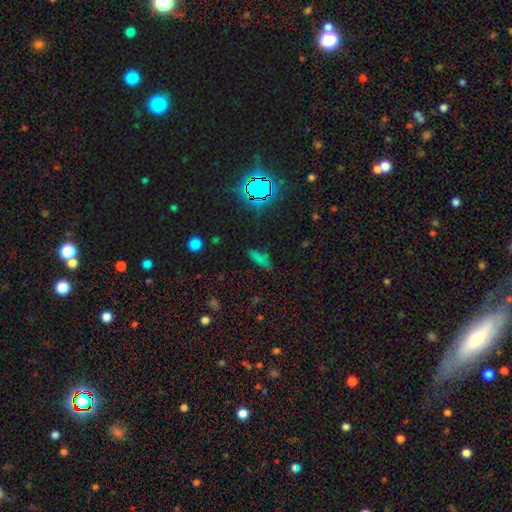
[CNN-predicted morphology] A smooth galaxy with no disk features (61%) that is cigar-shaped (53%).

Vote fractions:
- Smooth or featured? smooth: 61% / star or artifact: 28% / featured or disk: 11%
- How rounded? cigar-shaped: 53% / in between: 43% / round: 5%
- Merging? none: 76% / minor disturbance: 15% / major disturbance: 5% / merger: 3%